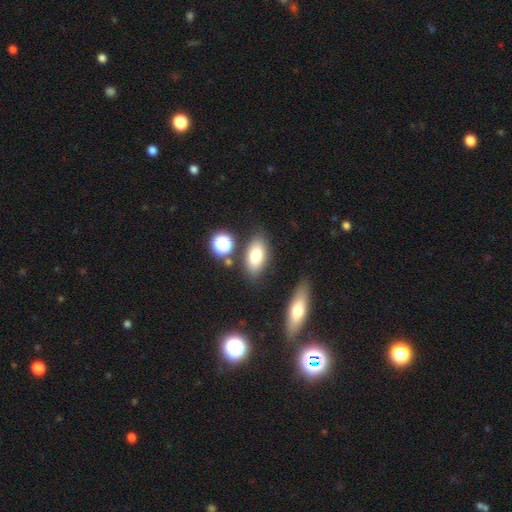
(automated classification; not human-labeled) This is likely a smooth galaxy (78%). How rounded: clearly in between (87%). Merging: likely none (77%).